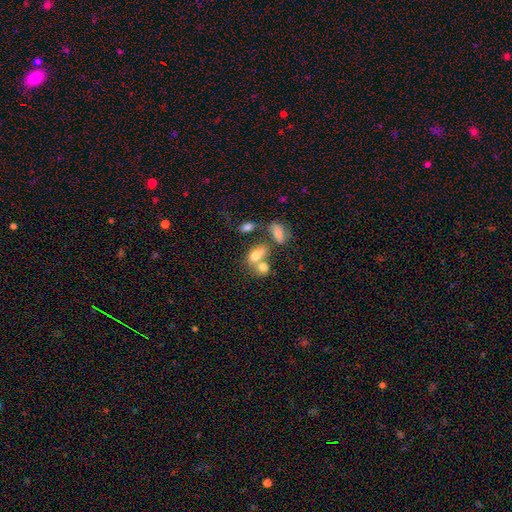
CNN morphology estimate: This is likely a smooth galaxy (73%). How rounded: likely in between (72%). Merging: possibly merger (55%).